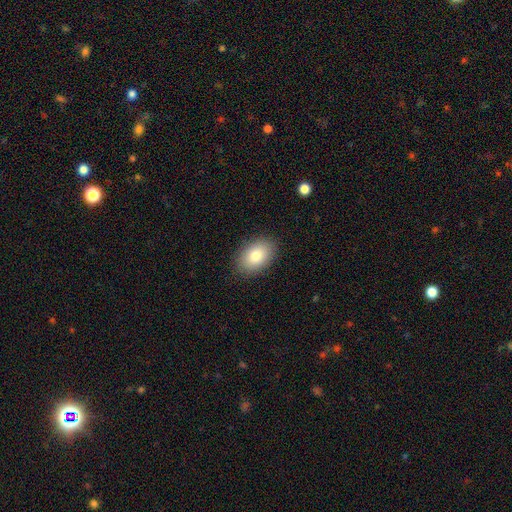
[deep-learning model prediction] Smooth or featured? Predicted: smooth (p=0.82). How rounded? Predicted: in between (p=0.88). Merging? Predicted: none (p=0.89).